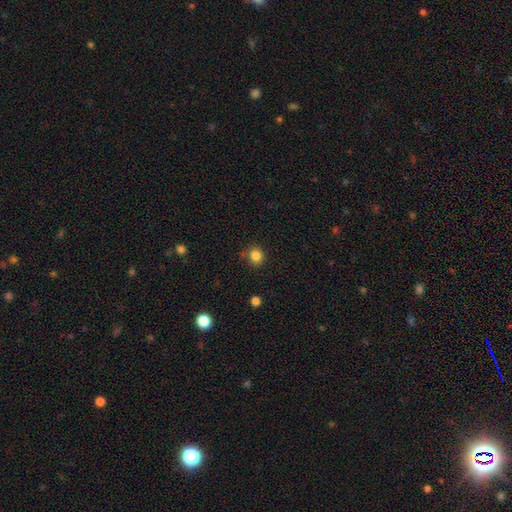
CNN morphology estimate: A smooth galaxy with no disk features (84%) that is round (84%).

Vote fractions:
- Smooth or featured? smooth: 84% / star or artifact: 12% / featured or disk: 4%
- How rounded? round: 84% / in between: 15% / cigar-shaped: 1%
- Merging? none: 81% / minor disturbance: 13% / merger: 3% / major disturbance: 3%